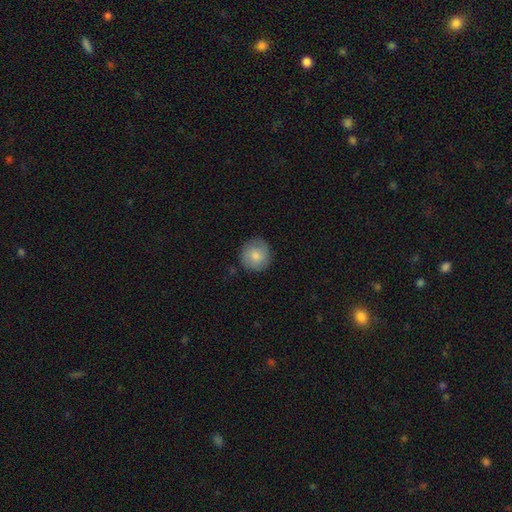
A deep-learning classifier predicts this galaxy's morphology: Smooth or featured? Predicted: smooth (p=0.78). How rounded? Predicted: round (p=0.91). Merging? Predicted: none (p=0.83).